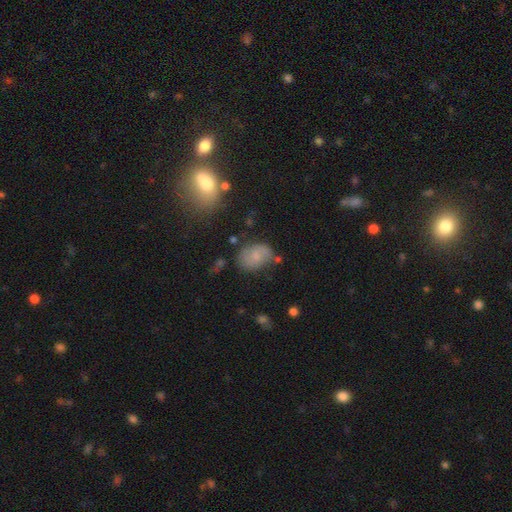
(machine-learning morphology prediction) A smooth galaxy with no disk features (56%) that is in between round and cigar-shaped (76%).

Vote fractions:
- Smooth or featured? smooth: 56% / featured or disk: 32% / star or artifact: 11%
- How rounded? in between: 76% / round: 23% / cigar-shaped: 1%
- Merging? none: 65% / minor disturbance: 22% / major disturbance: 7% / merger: 6%